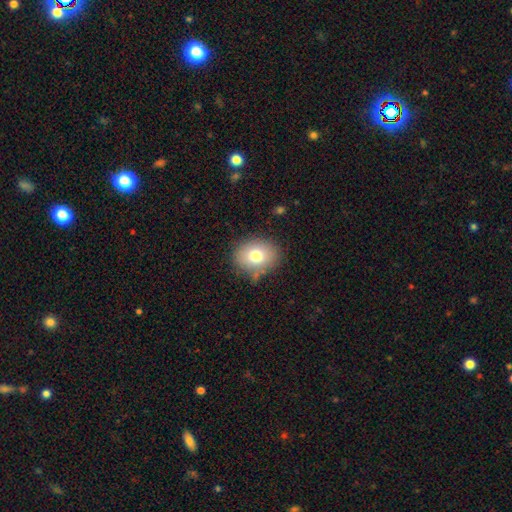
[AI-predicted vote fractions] Morphology: type=smooth (76%); roundness=round (50%); merging=none (80%).